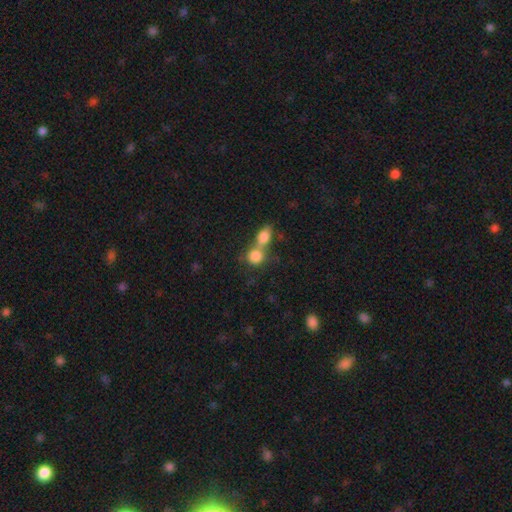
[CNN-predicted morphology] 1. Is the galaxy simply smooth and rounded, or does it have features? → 82% smooth, 9% star or artifact, 9% featured or disk.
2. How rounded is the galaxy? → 70% round, 28% in between, 2% cigar-shaped.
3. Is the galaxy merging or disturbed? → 60% merger, 29% none, 7% minor disturbance, 4% major disturbance.